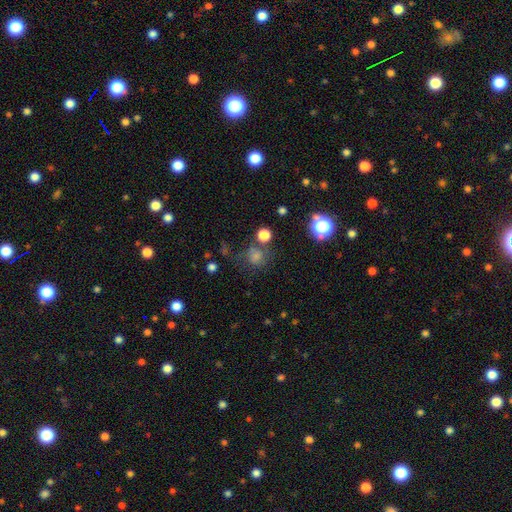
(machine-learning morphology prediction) A smooth galaxy with no disk features (56%) that is round (86%). Merging: none (66%).